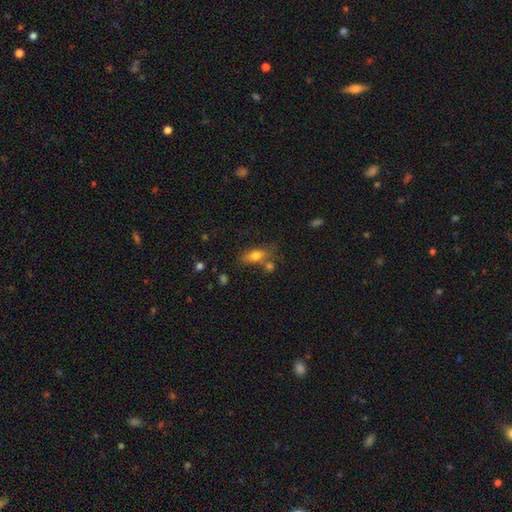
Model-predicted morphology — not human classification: A smooth galaxy with no disk features (71%) that is in between round and cigar-shaped (75%). Merging: none (56%).